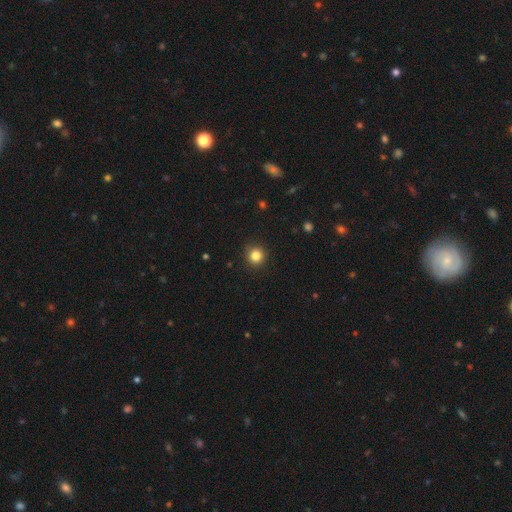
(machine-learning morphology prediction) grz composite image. It shows a smooth galaxy with no disk features (84%) that is round (94%). Merging: none (92%).